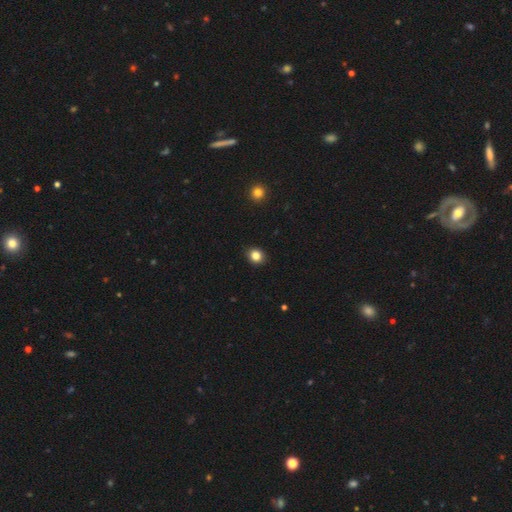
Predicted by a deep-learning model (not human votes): A smooth galaxy with no disk features (84%) that is round (72%).

Vote fractions:
- Smooth or featured? smooth: 84% / star or artifact: 11% / featured or disk: 4%
- How rounded? round: 72% / in between: 27% / cigar-shaped: 1%
- Merging? none: 90% / minor disturbance: 7% / major disturbance: 2% / merger: 1%